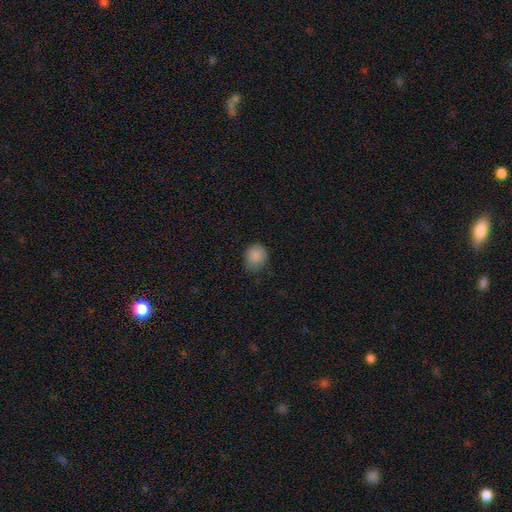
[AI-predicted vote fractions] smooth_or_featured: smooth (p=0.87) [alt: star or artifact p=0.09]
how_rounded: round (p=0.63) [alt: in between p=0.36]
merging: none (p=0.69) [alt: minor disturbance p=0.26]